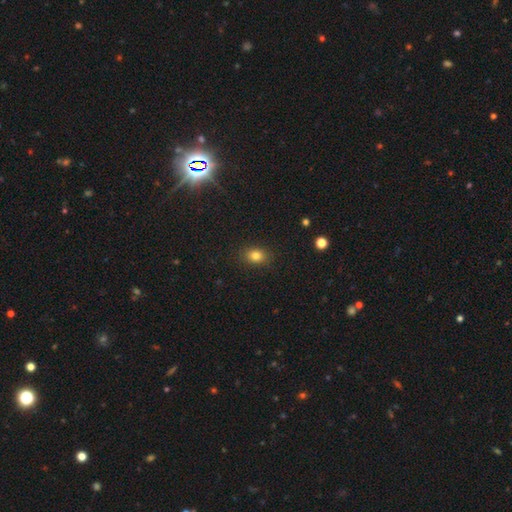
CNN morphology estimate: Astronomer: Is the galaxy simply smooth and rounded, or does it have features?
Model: smooth — 81%.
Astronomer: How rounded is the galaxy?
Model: in between — 57% (runner-up: round, 42%).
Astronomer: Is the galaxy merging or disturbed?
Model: none — 88%.